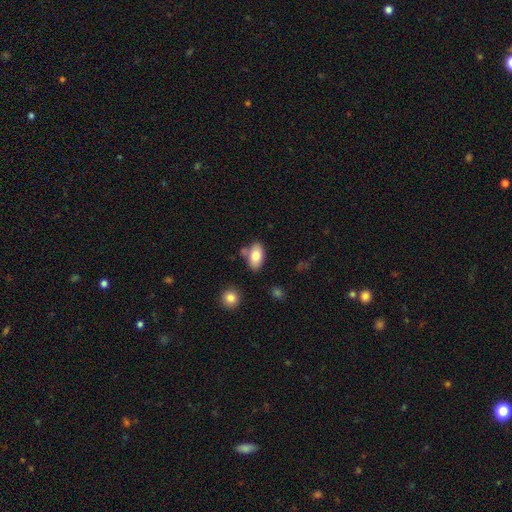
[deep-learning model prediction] Smooth or featured? Predicted: smooth (p=0.80). How rounded? Predicted: in between (p=0.92). Merging? Predicted: none (p=0.70).